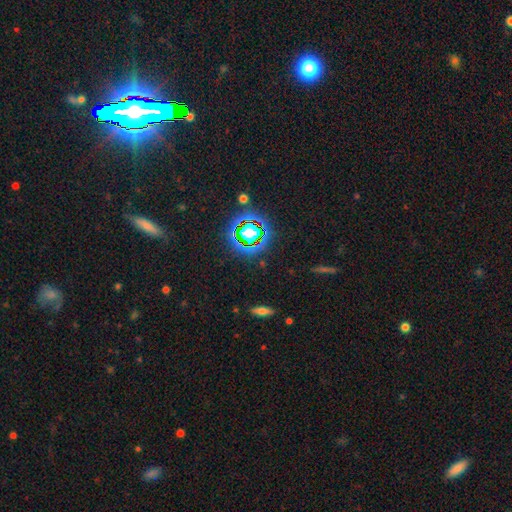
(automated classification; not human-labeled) Overall: star or artifact (78%).